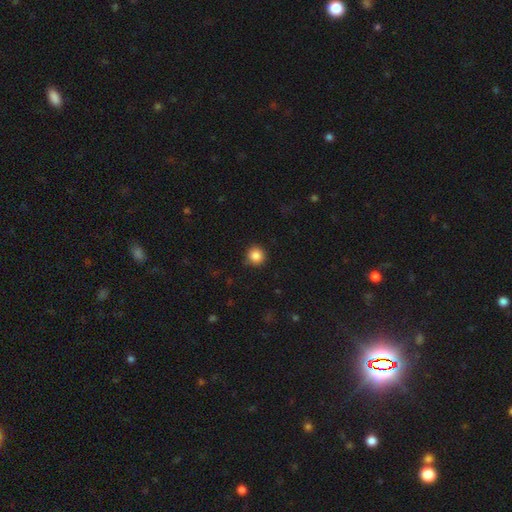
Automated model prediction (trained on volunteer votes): Smooth or featured?
  - smooth: 86% *
  - star or artifact: 10%
  - featured or disk: 4%
How rounded?
  - round: 94% *
  - in between: 5%
  - cigar-shaped: 1%
Merging?
  - none: 90% *
  - minor disturbance: 7%
  - major disturbance: 2%
  - merger: 1%